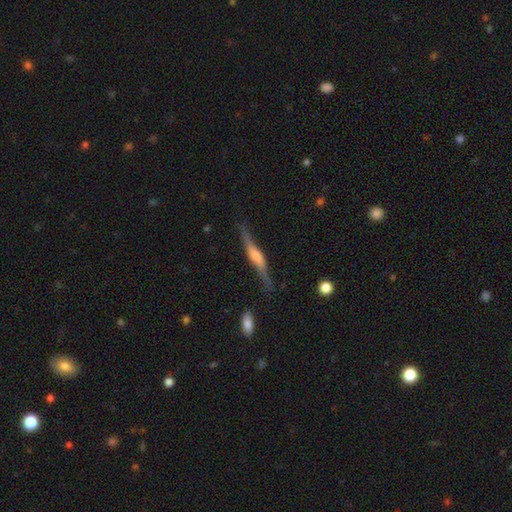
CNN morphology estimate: This is likely a featured or disk galaxy (73%). It is clearly viewed edge-on (96%). Edge-on bulge: likely rounded (62%). Merging: clearly none (81%).